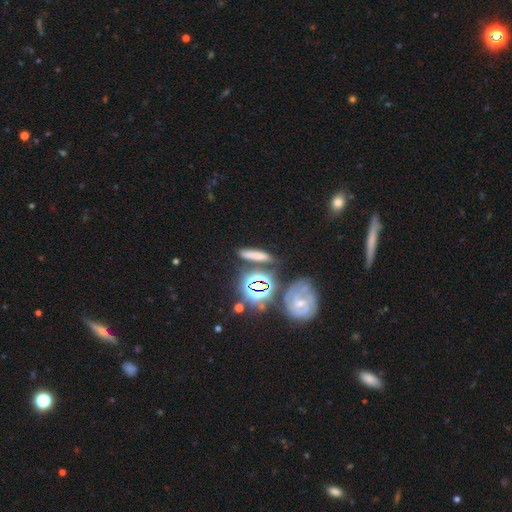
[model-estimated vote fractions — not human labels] smooth-or-featured: smooth: 54% | featured or disk: 23% | star or artifact: 23%
  how-rounded: cigar-shaped: 65% | in between: 22% | round: 13%
  merging: none: 71% | minor disturbance: 13% | merger: 10% | major disturbance: 6%